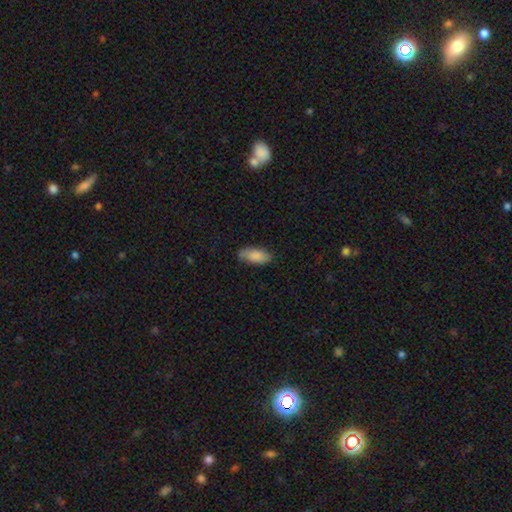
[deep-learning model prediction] Smooth or featured? Predicted: smooth (p=0.84). How rounded? Predicted: in between (p=0.87). Merging? Predicted: none (p=0.73).